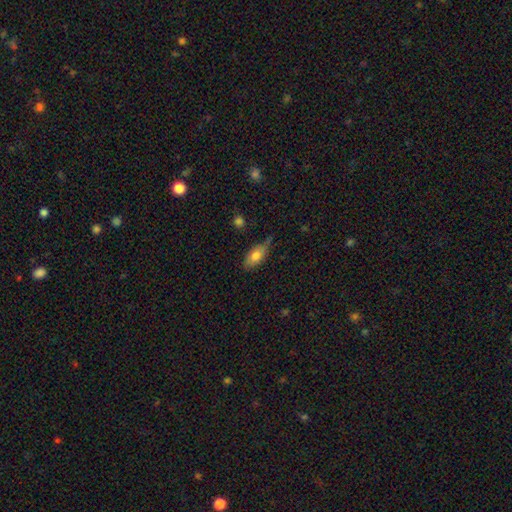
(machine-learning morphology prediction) smooth-or-featured: smooth: 73% | featured or disk: 19% | star or artifact: 7%
  how-rounded: in between: 84% | cigar-shaped: 12% | round: 4%
  merging: none: 54% | minor disturbance: 34% | major disturbance: 8% | merger: 3%